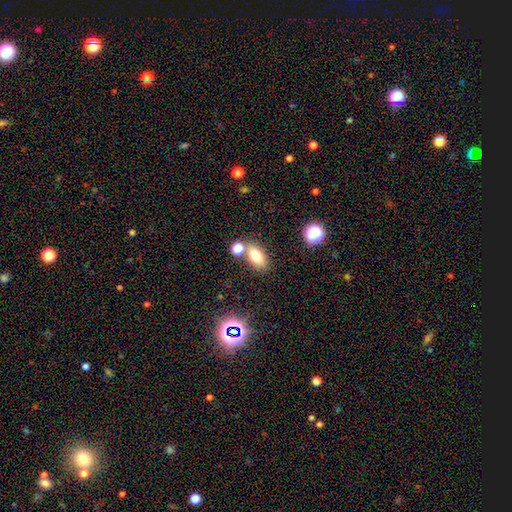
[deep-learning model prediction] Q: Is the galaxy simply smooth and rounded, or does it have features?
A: smooth — 74%.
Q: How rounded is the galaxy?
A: in between — 82%.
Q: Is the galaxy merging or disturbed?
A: none — 67%.